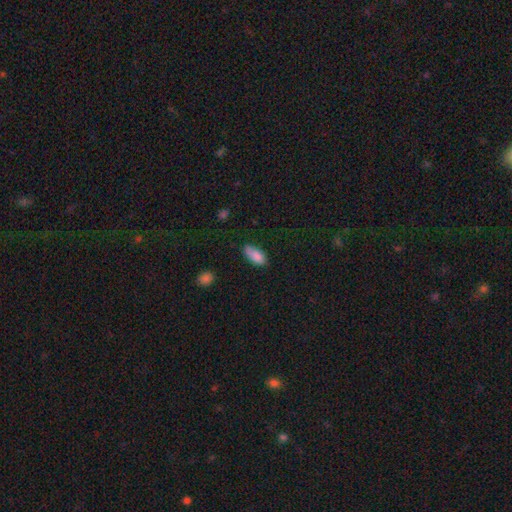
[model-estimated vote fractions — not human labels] This appears to be a smooth galaxy with no disk features (86%) that is in between round and cigar-shaped (86%). Merging: none (63%).